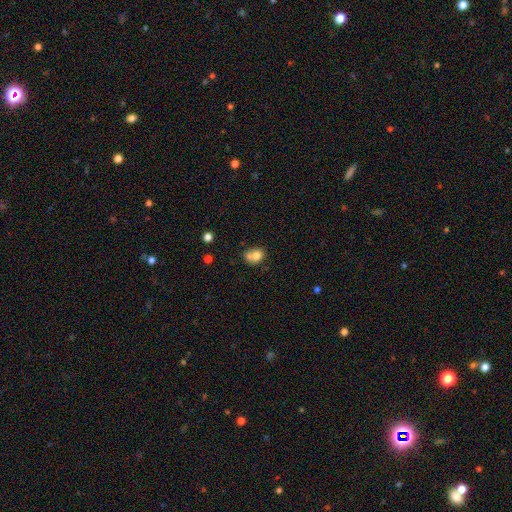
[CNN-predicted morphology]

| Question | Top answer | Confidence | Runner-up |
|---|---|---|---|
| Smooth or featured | smooth | 74% | featured or disk (15%) |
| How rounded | round | 55% | in between (44%) |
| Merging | none | 41% | merger (34%) |